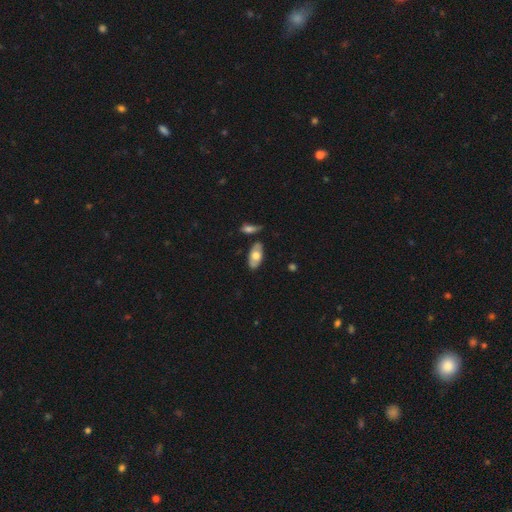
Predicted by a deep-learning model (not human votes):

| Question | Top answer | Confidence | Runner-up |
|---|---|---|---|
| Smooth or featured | smooth | 61% | featured or disk (33%) |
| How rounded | in between | 91% | cigar-shaped (6%) |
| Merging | none | 74% | minor disturbance (15%) |